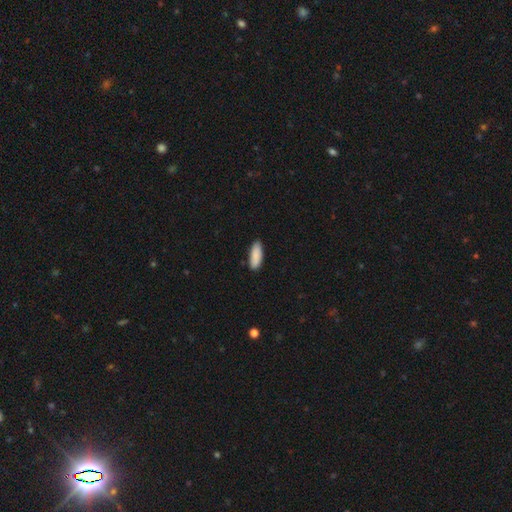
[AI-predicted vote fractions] This is clearly a smooth galaxy (90%). How rounded: likely in between (72%). Merging: clearly none (87%).